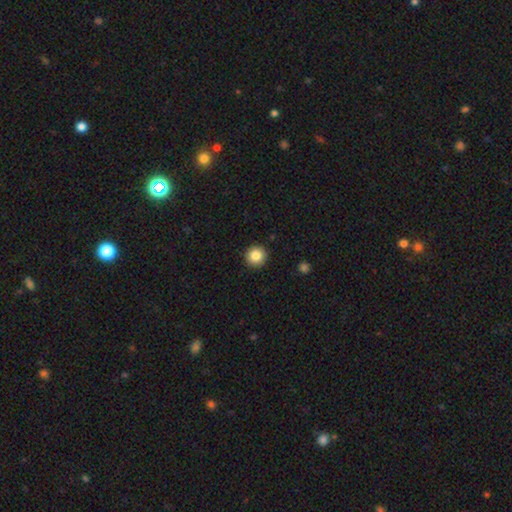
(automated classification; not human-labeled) Smooth or featured? Predicted: smooth (p=0.85). How rounded? Predicted: round (p=0.94). Merging? Predicted: none (p=0.92).